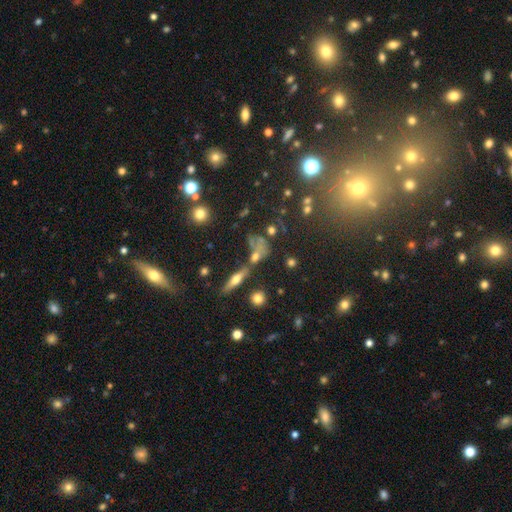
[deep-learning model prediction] This appears to be a smooth galaxy with no disk features (36%). Merging: none (56%).